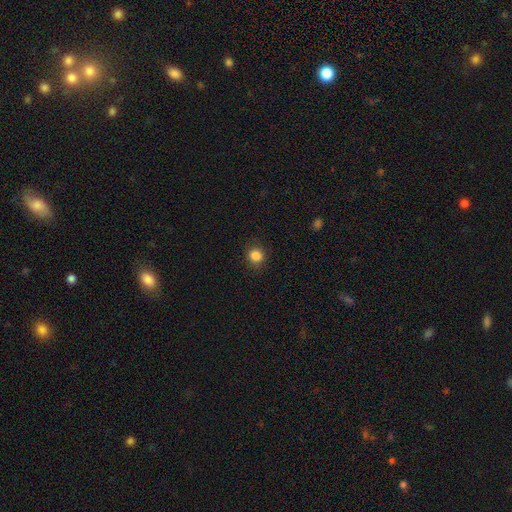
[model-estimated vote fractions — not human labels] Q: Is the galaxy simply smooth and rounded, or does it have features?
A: smooth — 85%.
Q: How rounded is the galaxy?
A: round — 86%.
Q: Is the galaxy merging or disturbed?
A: none — 89%.